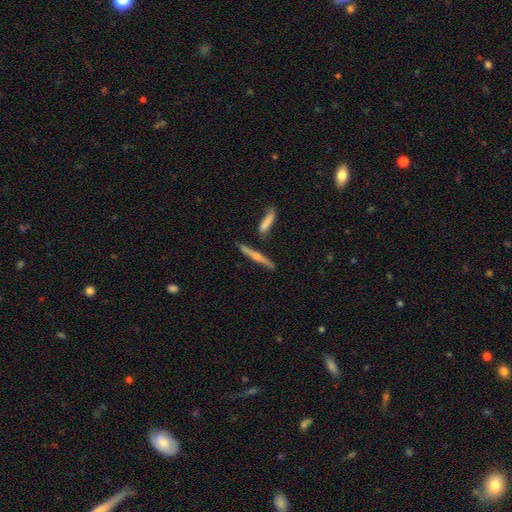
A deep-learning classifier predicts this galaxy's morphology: featured or disk 60%, smooth 33%, star or artifact 7%. Down the decision tree: edge-on disk — yes (95%); edge-on bulge — rounded (69%); merging — none (79%).